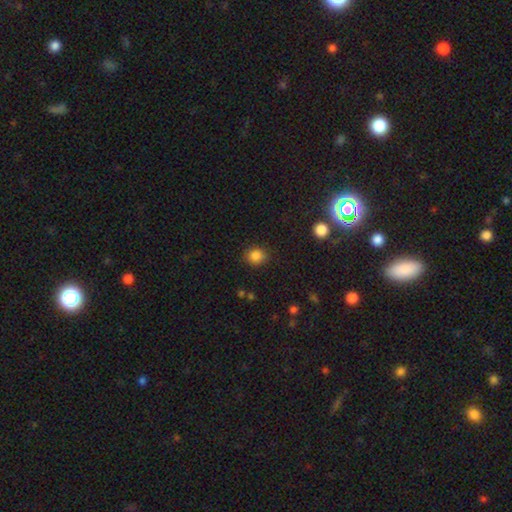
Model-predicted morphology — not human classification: Q: Smooth or featured?
A: smooth (85%); runner-up: star or artifact (11%)
Q: How rounded?
A: round (75%); runner-up: in between (24%)
Q: Merging?
A: none (86%); runner-up: minor disturbance (9%)